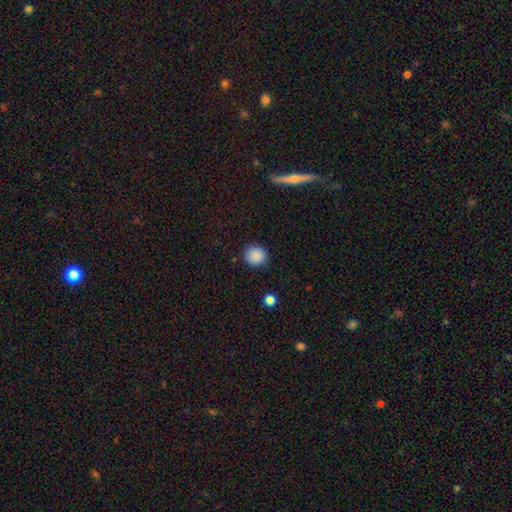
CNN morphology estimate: Smooth or featured: smooth — 88% (star or artifact — 9%)
How rounded: round — 87% (in between — 12%)
Merging: none — 89% (minor disturbance — 8%)